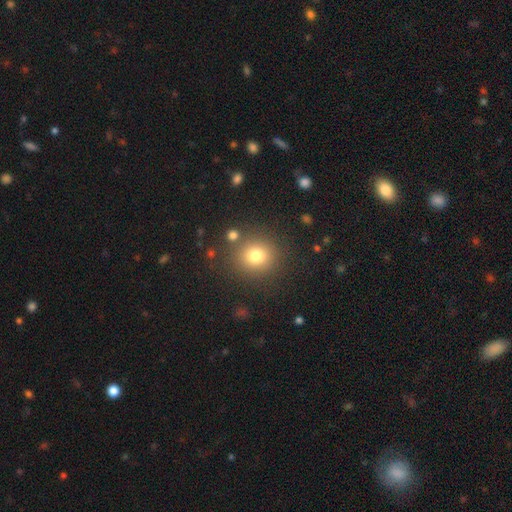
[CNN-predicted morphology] smooth_or_featured: smooth (p=0.77) [alt: star or artifact p=0.14]
how_rounded: round (p=0.88) [alt: in between p=0.12]
merging: none (p=0.83) [alt: minor disturbance p=0.08]